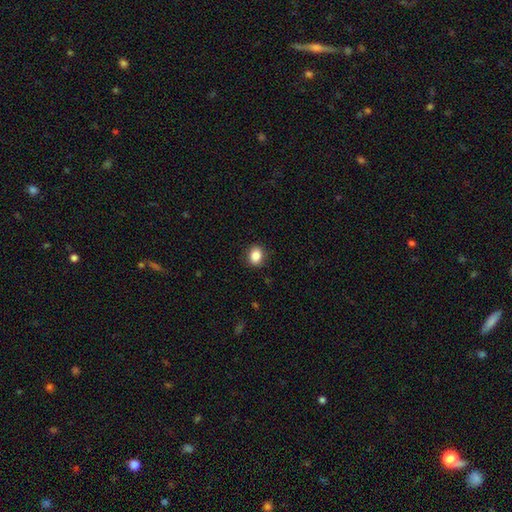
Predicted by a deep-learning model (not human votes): A smooth galaxy with no disk features (86%) that is round (50%). Merging: none (88%).